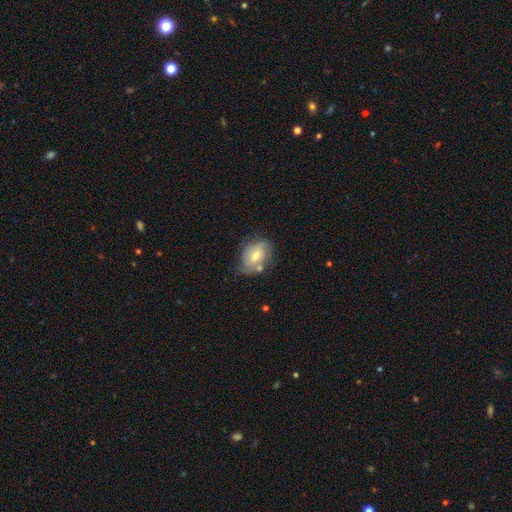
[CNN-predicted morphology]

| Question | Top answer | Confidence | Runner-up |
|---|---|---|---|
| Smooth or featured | smooth | 53% | featured or disk (38%) |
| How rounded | in between | 69% | round (30%) |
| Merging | none | 50% | minor disturbance (30%) |